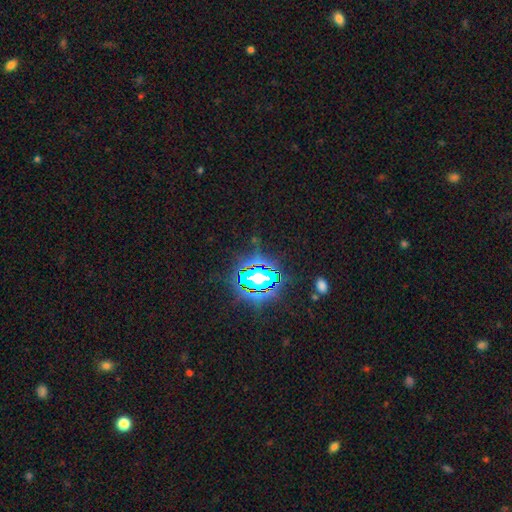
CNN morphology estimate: Smooth or featured?
  - star or artifact: 77% *
  - smooth: 13%
  - featured or disk: 10%